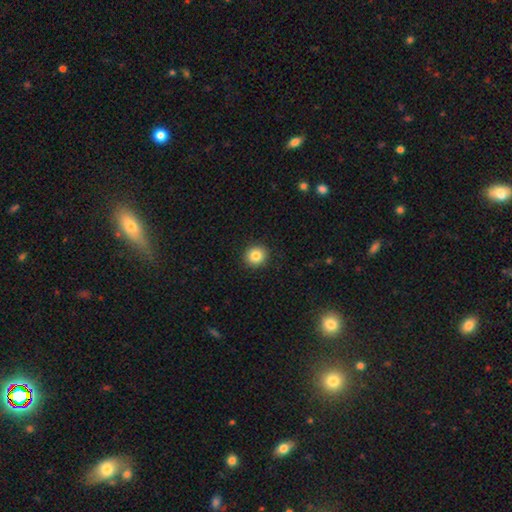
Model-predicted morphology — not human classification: smooth-or-featured: smooth: 84% | star or artifact: 10% | featured or disk: 6%
  how-rounded: round: 91% | in between: 8% | cigar-shaped: 1%
  merging: none: 92% | minor disturbance: 5% | major disturbance: 2% | merger: 1%